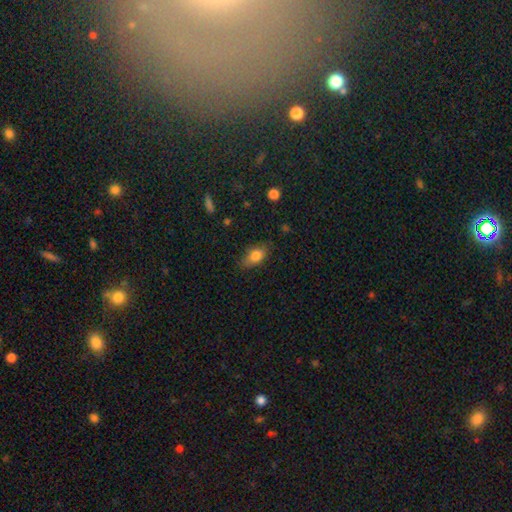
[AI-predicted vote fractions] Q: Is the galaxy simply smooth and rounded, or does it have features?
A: smooth — 80%.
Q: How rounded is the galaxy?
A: in between — 86%.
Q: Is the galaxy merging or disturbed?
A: none — 78%.